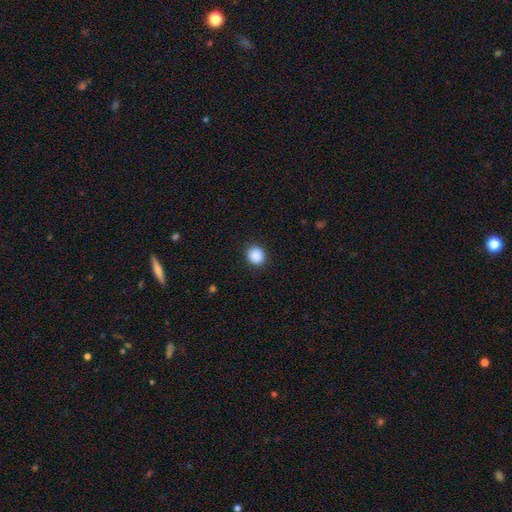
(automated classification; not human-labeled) This is clearly a smooth galaxy (89%). How rounded: clearly round (86%). Merging: clearly none (91%).